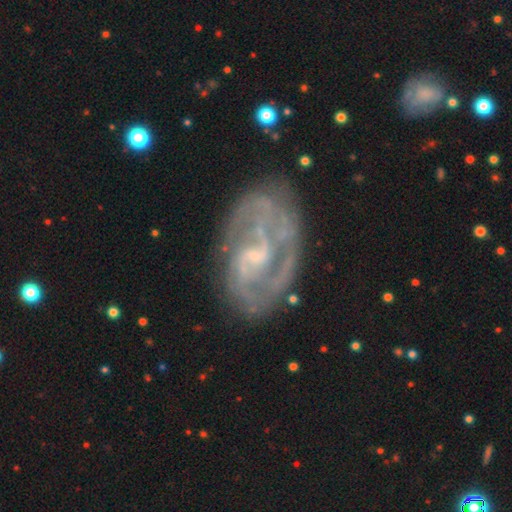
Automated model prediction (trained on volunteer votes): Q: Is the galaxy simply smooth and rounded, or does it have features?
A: featured or disk — 82%.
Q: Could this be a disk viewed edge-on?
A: no — 96%.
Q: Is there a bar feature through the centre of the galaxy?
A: weak — 49%.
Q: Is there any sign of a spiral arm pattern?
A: yes — 85%.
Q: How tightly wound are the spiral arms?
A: tight — 42%.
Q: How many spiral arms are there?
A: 2 — 42%.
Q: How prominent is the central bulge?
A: small — 54%.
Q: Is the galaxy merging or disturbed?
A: none — 68%.